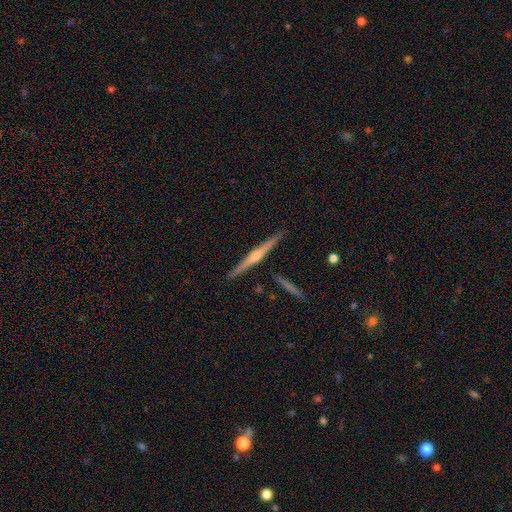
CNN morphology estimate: Smooth or featured: featured or disk — 80% (smooth — 14%)
Edge-on disk: yes — 98% (no — 2%)
Edge-on bulge: rounded — 85% (none — 10%)
Merging: none — 89% (minor disturbance — 6%)